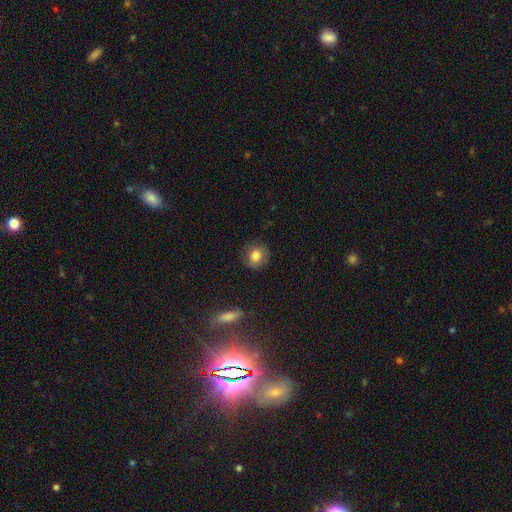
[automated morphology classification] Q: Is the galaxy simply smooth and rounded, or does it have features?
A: smooth — 80%.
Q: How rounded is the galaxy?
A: round — 83%.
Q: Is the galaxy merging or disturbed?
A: none — 84%.